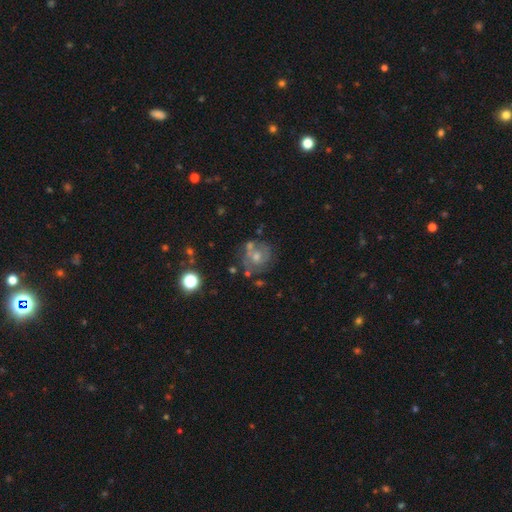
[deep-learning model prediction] smooth_or_featured: featured or disk (p=0.56) [alt: smooth p=0.34]
disk_edge_on: no (p=0.97) [alt: yes p=0.03]
bar: no (p=0.78) [alt: weak p=0.18]
has_spiral_arms: yes (p=0.54) [alt: no p=0.46]
bulge_size: moderate (p=0.61) [alt: small p=0.26]
merging: none (p=0.54) [alt: minor disturbance p=0.20]